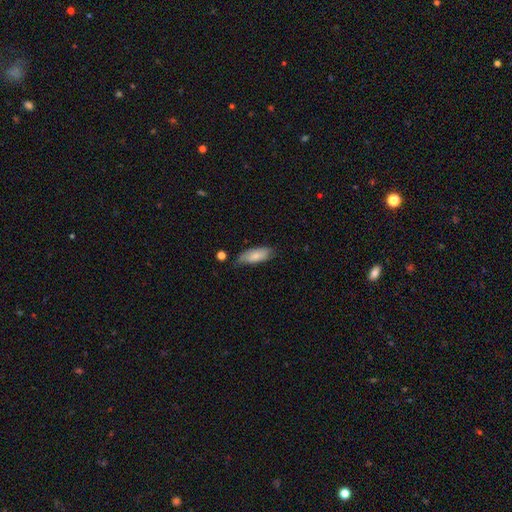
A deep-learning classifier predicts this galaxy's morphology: Overall: smooth (73%). How rounded: in between (80%). Merging: none (60%; minor disturbance 31%).